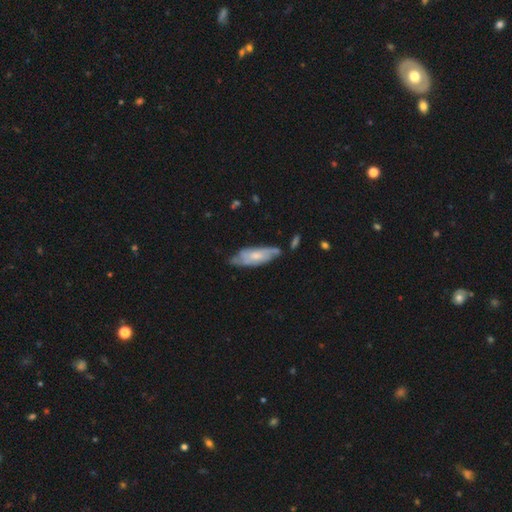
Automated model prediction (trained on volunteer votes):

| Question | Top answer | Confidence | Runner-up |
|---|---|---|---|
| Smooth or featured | featured or disk | 59% | smooth (35%) |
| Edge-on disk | no | 80% | yes (20%) |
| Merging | none | 59% | minor disturbance (28%) |